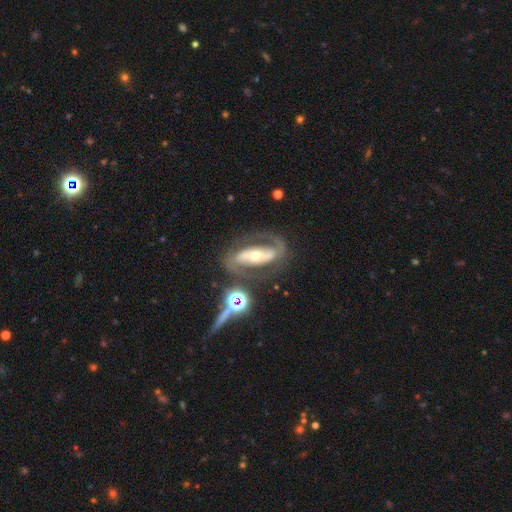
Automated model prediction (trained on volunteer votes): Smooth or featured: featured or disk — 85% (smooth — 9%)
Edge-on disk: no — 93% (yes — 7%)
Bar: strong — 56% (no — 25%)
Spiral arms: yes — 89% (no — 11%)
Spiral winding: medium — 48% (tight — 29%)
Spiral arm count: 2 — 86% (1 — 6%)
Bulge size: moderate — 54% (small — 40%)
Merging: none — 71% (minor disturbance — 14%)